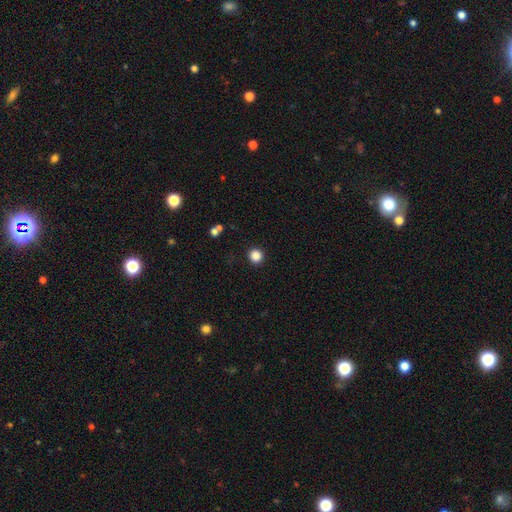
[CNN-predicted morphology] This is clearly a smooth galaxy (86%). How rounded: clearly round (95%). Merging: clearly none (92%).